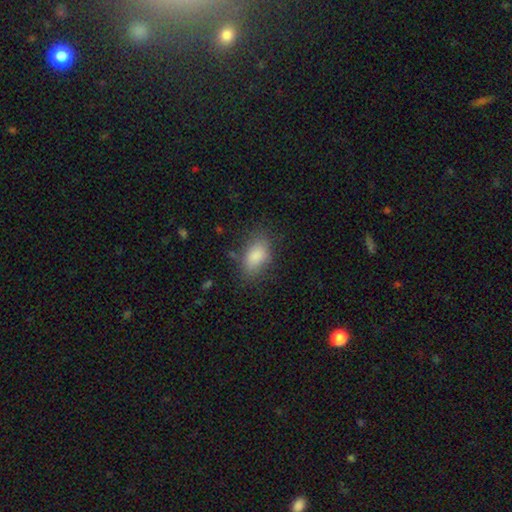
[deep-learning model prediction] Smooth or featured?
  - smooth: 85% *
  - star or artifact: 8%
  - featured or disk: 7%
How rounded?
  - in between: 88% *
  - round: 8%
  - cigar-shaped: 4%
Merging?
  - none: 75% *
  - minor disturbance: 18%
  - major disturbance: 6%
  - merger: 2%